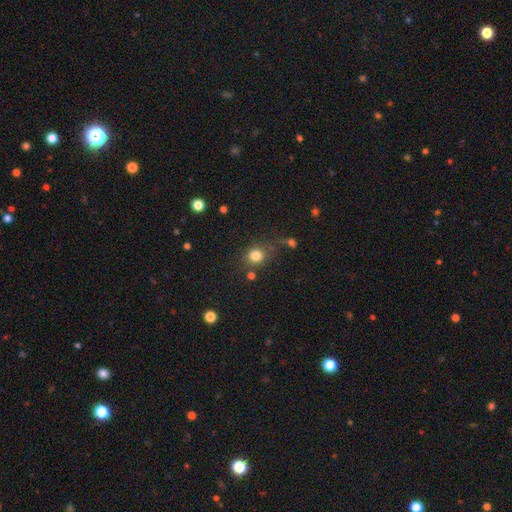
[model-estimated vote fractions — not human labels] Smooth or featured? Predicted: smooth (p=0.81). How rounded? Predicted: round (p=0.78). Merging? Predicted: none (p=0.70).